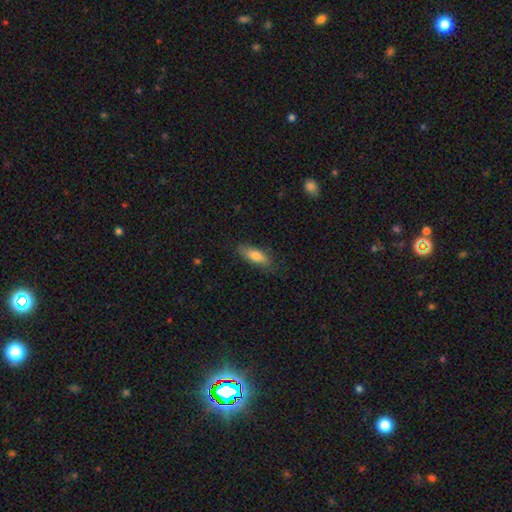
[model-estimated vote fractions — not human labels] This is likely a smooth galaxy (77%). How rounded: likely in between (68%). Merging: likely none (78%).